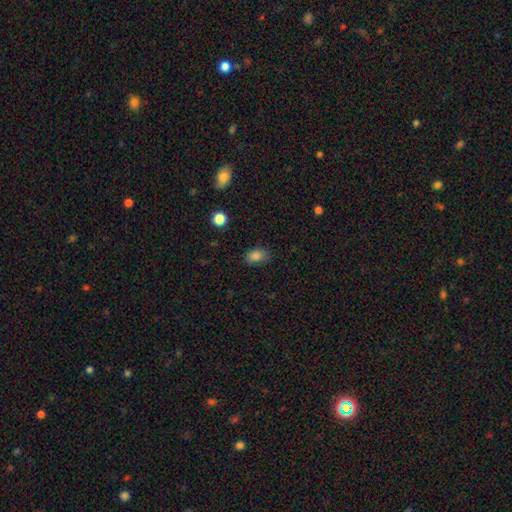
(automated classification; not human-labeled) Smooth or featured?
  - smooth: 84% *
  - star or artifact: 11%
  - featured or disk: 5%
How rounded?
  - in between: 82% *
  - round: 16%
  - cigar-shaped: 1%
Merging?
  - none: 81% *
  - minor disturbance: 15%
  - major disturbance: 3%
  - merger: 1%